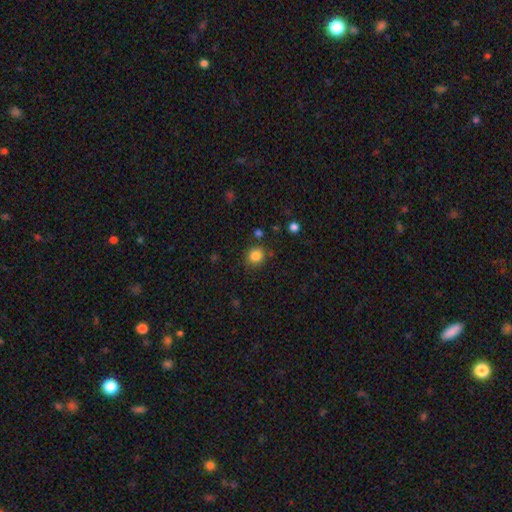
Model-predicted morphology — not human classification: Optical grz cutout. It shows a smooth galaxy with no disk features (84%) that is round (87%). Merging: none (84%).